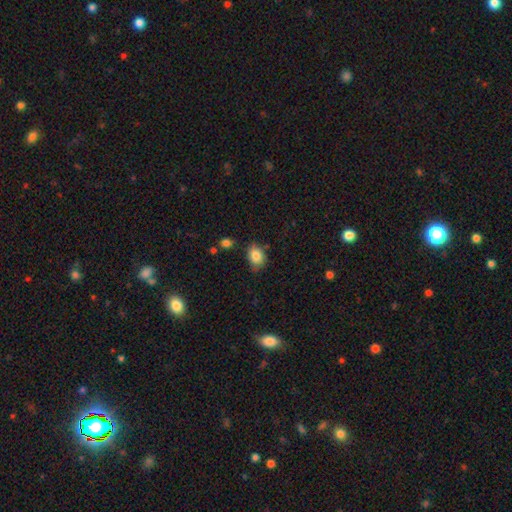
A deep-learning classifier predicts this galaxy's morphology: smooth 83%, star or artifact 9%, featured or disk 8%. Down the decision tree: how rounded — in between (67%); merging — none (73%).